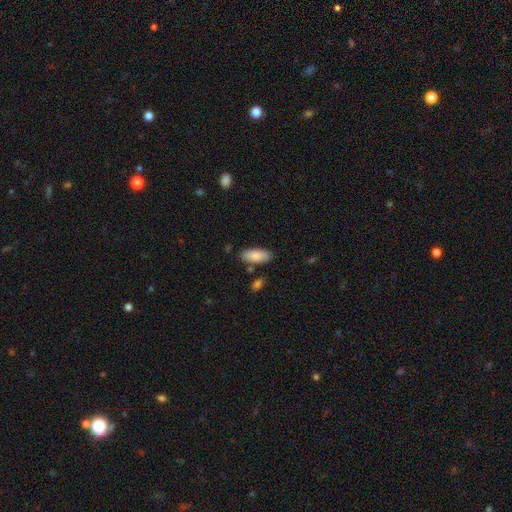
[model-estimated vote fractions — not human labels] Smooth or featured?
  - smooth: 86% *
  - featured or disk: 8%
  - star or artifact: 6%
How rounded?
  - in between: 87% *
  - cigar-shaped: 12%
  - round: 2%
Merging?
  - none: 81% *
  - minor disturbance: 12%
  - merger: 4%
  - major disturbance: 3%